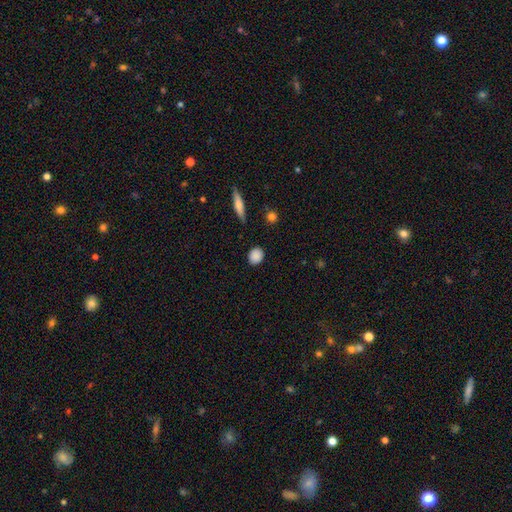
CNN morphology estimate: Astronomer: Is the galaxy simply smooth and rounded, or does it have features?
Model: smooth — 87%.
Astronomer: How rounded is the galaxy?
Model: round — 65%.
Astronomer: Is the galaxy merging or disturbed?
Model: none — 88%.